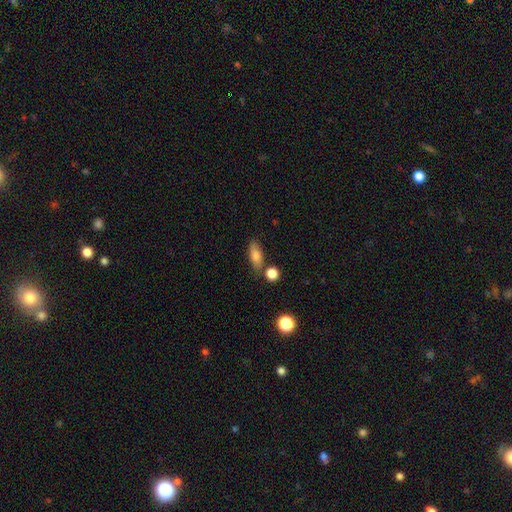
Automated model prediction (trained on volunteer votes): Smooth or featured? smooth (78%)
How rounded? in between (73%)
Merging? none (71%)